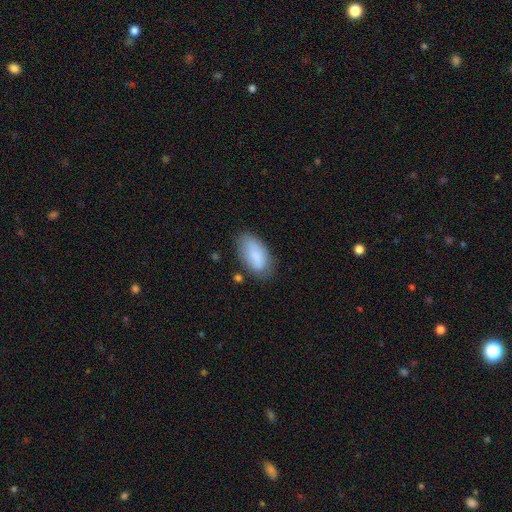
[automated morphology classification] Overall: smooth (83%). How rounded: in between (93%). Merging: none (68%).